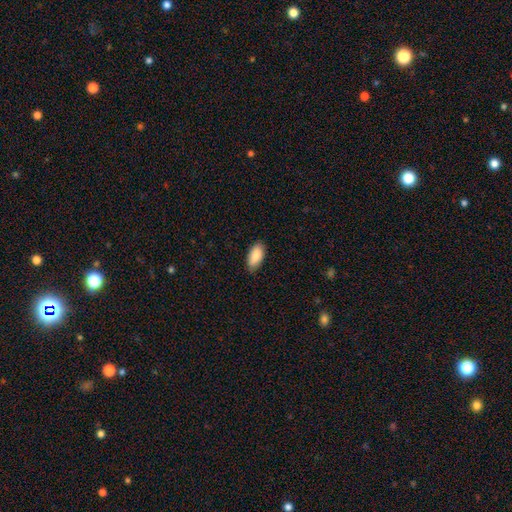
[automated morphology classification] Smooth or featured? Predicted: smooth (p=0.87). How rounded? Predicted: in between (p=0.92). Merging? Predicted: none (p=0.84).